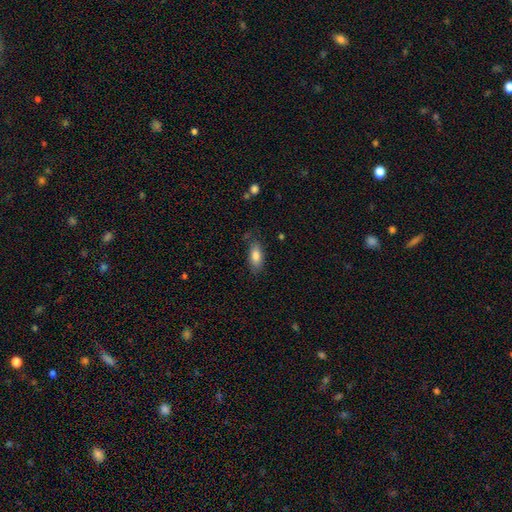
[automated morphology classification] This is clearly a smooth galaxy (82%). How rounded: clearly in between (81%). Merging: likely none (76%).